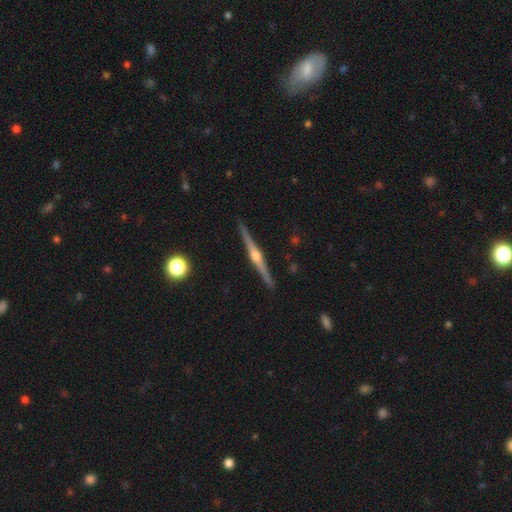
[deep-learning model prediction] Q: Smooth or featured?
A: featured or disk (87%); runner-up: smooth (8%)
Q: Edge-on disk?
A: yes (99%); runner-up: no (1%)
Q: Edge-on bulge?
A: rounded (94%); runner-up: boxy (4%)
Q: Merging?
A: none (93%); runner-up: minor disturbance (5%)